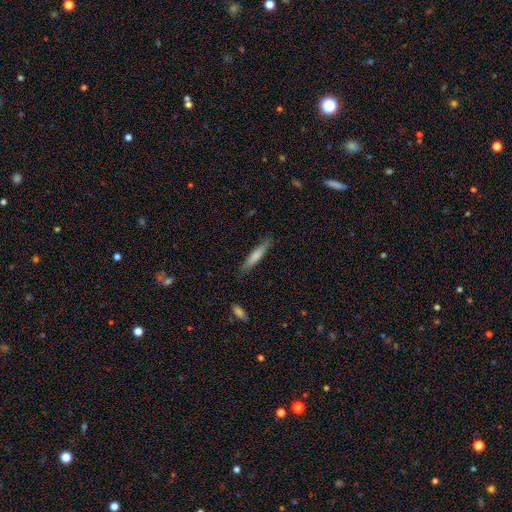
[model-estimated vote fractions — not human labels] Smooth or featured: smooth — 71% (featured or disk — 23%)
How rounded: cigar-shaped — 90% (in between — 9%)
Merging: none — 83% (minor disturbance — 13%)